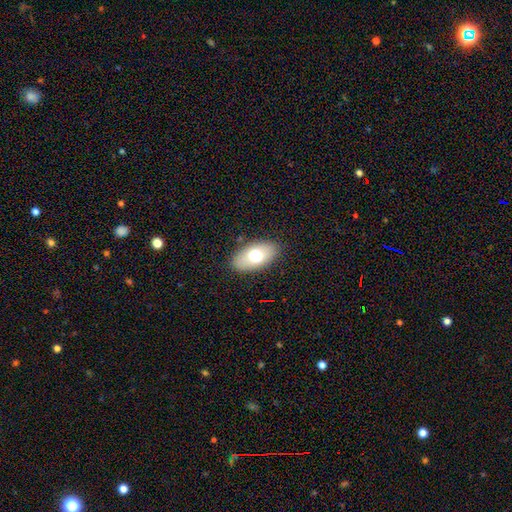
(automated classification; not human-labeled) Smooth or featured? smooth (69%)
How rounded? in between (92%)
Merging? none (86%)